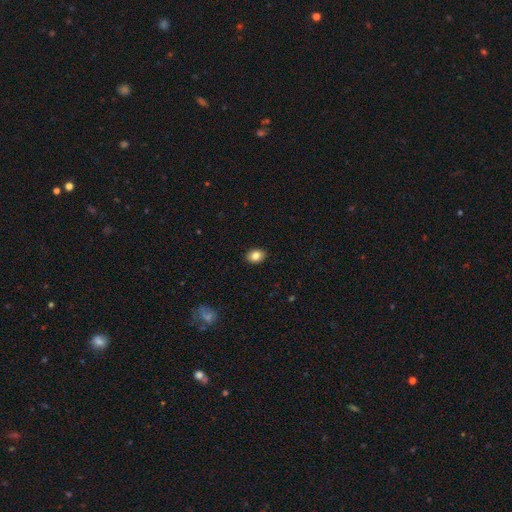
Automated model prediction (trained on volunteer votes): Morphology: type=smooth (84%); roundness=in between (66%); merging=none (90%).